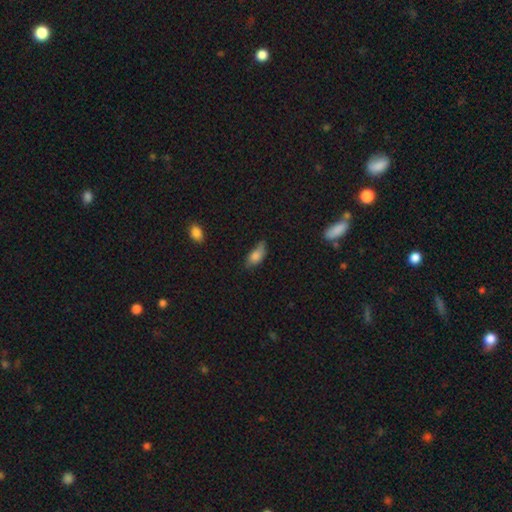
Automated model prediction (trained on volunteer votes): Smooth or featured?
  - smooth: 80% *
  - featured or disk: 11%
  - star or artifact: 8%
How rounded?
  - in between: 88% *
  - cigar-shaped: 8%
  - round: 4%
Merging?
  - none: 54% *
  - minor disturbance: 36%
  - major disturbance: 8%
  - merger: 2%